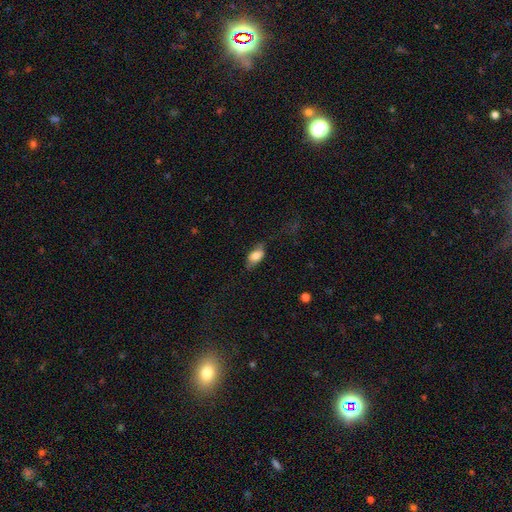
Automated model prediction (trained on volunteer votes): Smooth or featured? smooth (75%)
How rounded? in between (87%)
Merging? none (61%)